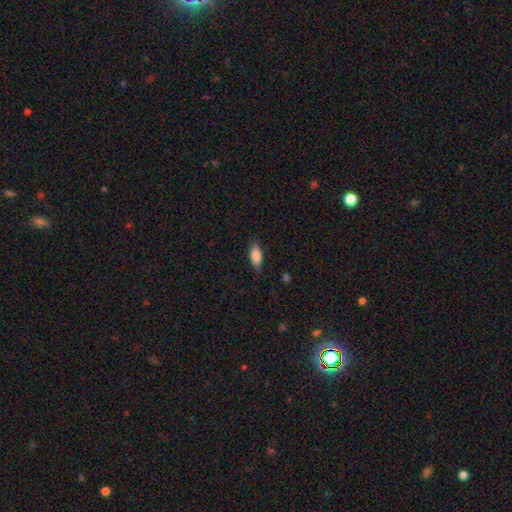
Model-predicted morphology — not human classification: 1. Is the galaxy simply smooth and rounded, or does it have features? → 83% smooth, 10% featured or disk, 7% star or artifact.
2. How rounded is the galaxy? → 84% in between, 13% cigar-shaped, 3% round.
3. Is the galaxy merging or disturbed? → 83% none, 13% minor disturbance, 3% major disturbance, 1% merger.